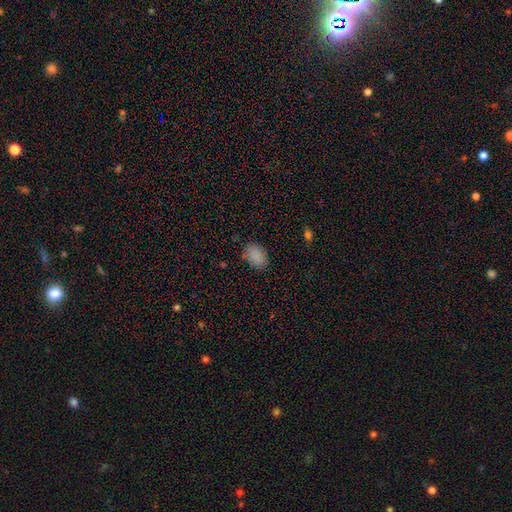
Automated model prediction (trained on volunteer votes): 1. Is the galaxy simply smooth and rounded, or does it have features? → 86% smooth, 10% star or artifact, 4% featured or disk.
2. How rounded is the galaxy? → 74% in between, 25% round, 1% cigar-shaped.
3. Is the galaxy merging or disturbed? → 80% none, 15% minor disturbance, 3% major disturbance, 1% merger.